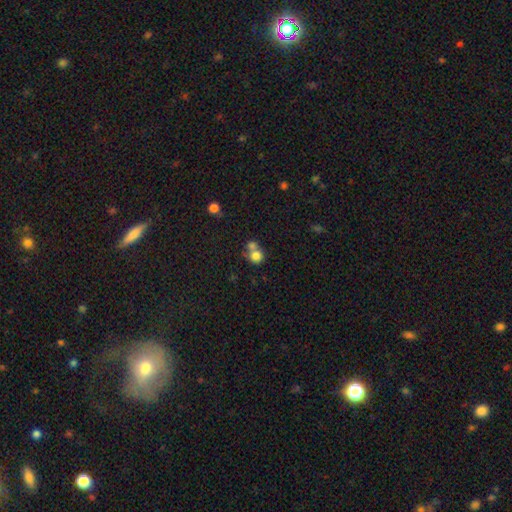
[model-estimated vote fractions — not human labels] smooth-or-featured: smooth: 79% | featured or disk: 11% | star or artifact: 11%
  how-rounded: round: 83% | in between: 16% | cigar-shaped: 1%
  merging: merger: 51% | none: 38% | minor disturbance: 8% | major disturbance: 4%